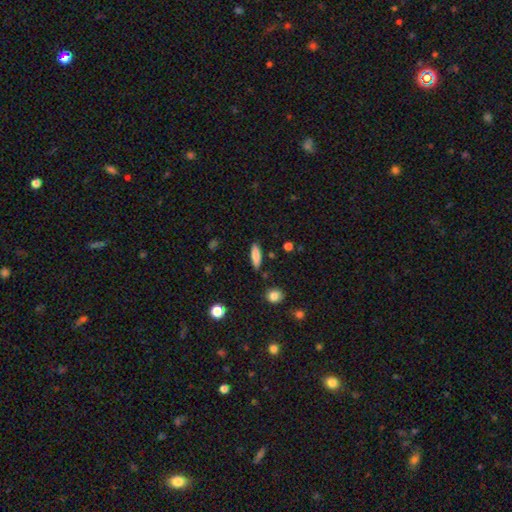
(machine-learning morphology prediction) A smooth galaxy with no disk features (84%) that is cigar-shaped (58%).

Vote fractions:
- Smooth or featured? smooth: 84% / featured or disk: 9% / star or artifact: 7%
- How rounded? cigar-shaped: 58% / in between: 40% / round: 2%
- Merging? none: 86% / minor disturbance: 10% / major disturbance: 2% / merger: 2%